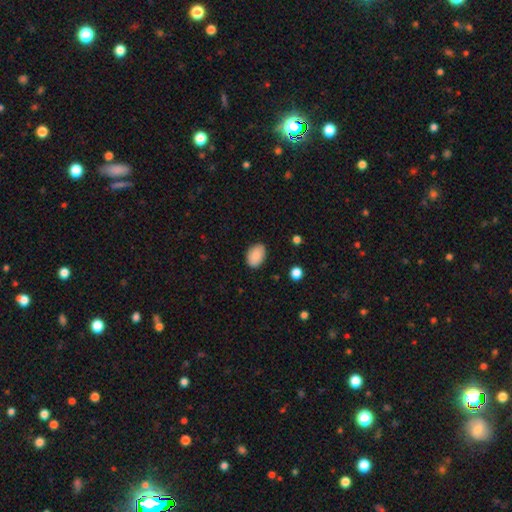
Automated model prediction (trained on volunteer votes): A smooth galaxy with no disk features (88%) that is in between round and cigar-shaped (84%).

Vote fractions:
- Smooth or featured? smooth: 88% / star or artifact: 7% / featured or disk: 5%
- How rounded? in between: 84% / round: 15% / cigar-shaped: 1%
- Merging? none: 86% / minor disturbance: 11% / major disturbance: 2% / merger: 1%